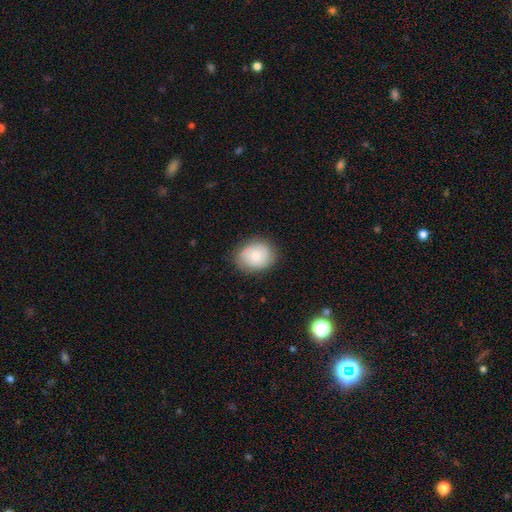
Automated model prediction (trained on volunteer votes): smooth-or-featured: smooth: 75% | featured or disk: 18% | star or artifact: 7%
  how-rounded: round: 53% | in between: 46% | cigar-shaped: 1%
  merging: none: 80% | minor disturbance: 15% | major disturbance: 4% | merger: 1%